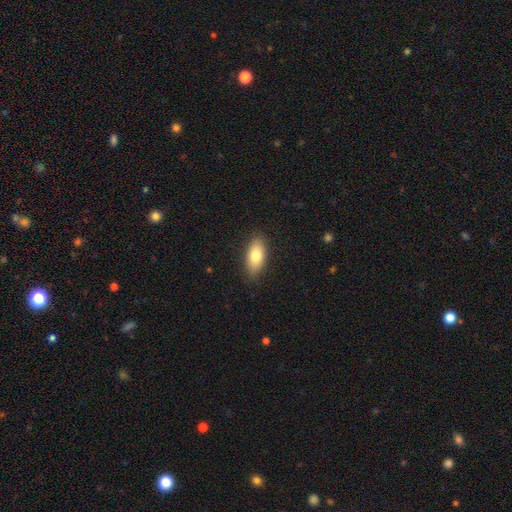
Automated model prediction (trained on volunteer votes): This is likely a smooth galaxy (79%). How rounded: clearly in between (87%). Merging: clearly none (86%).